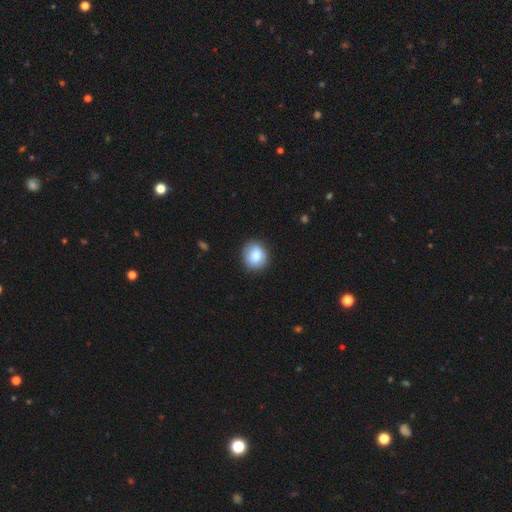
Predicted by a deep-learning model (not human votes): A smooth galaxy with no disk features (85%) that is round (76%). Merging: none (84%).